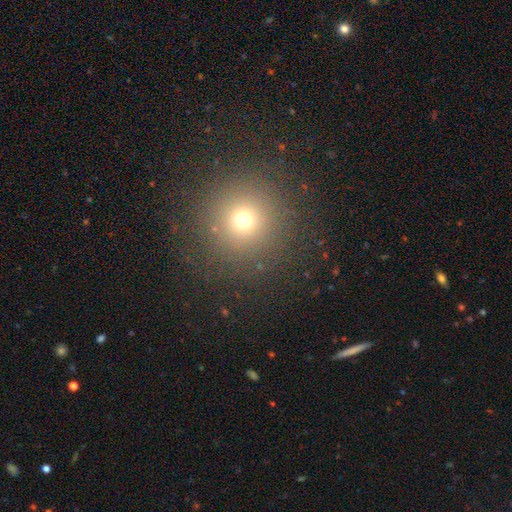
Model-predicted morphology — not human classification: type=smooth (63%); roundness=round (96%); merging=none (91%).